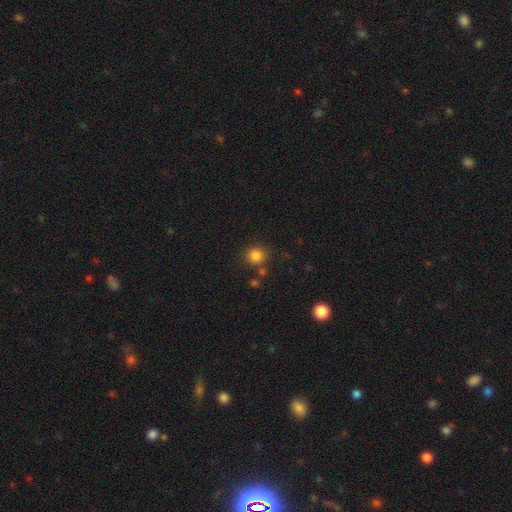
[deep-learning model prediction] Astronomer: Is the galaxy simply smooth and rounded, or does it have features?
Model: smooth — 84%.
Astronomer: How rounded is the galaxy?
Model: round — 89%.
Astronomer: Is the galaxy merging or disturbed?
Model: none — 81%.